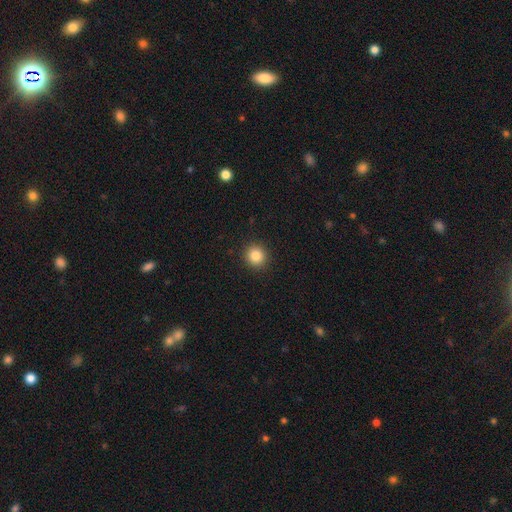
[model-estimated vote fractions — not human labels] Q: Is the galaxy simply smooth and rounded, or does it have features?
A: smooth — 85%.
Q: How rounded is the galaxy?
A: round — 92%.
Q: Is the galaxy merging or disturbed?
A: none — 92%.